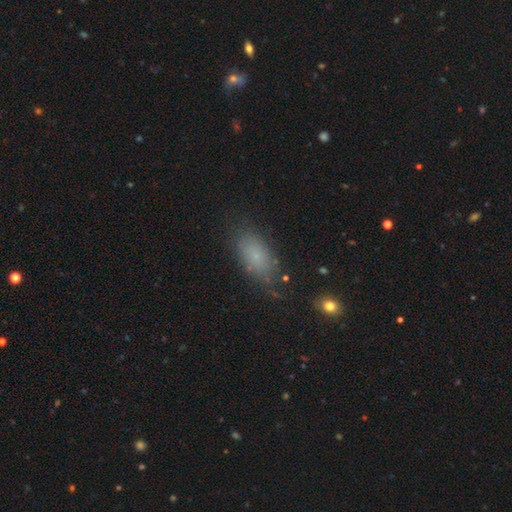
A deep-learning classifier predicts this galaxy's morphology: This appears to be a smooth galaxy with no disk features (72%) that is in between round and cigar-shaped (88%). Merging: none (68%).